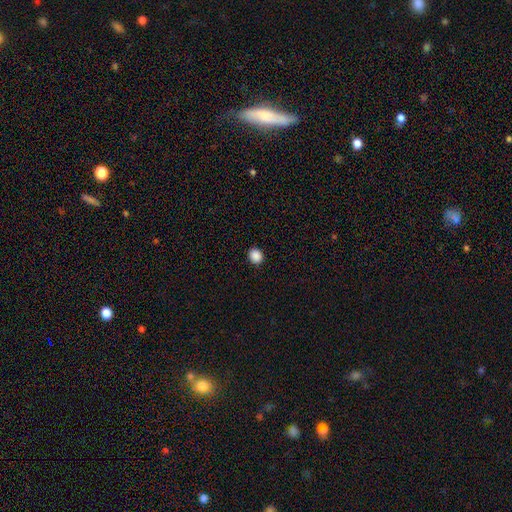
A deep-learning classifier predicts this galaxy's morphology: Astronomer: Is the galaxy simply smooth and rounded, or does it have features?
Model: smooth — 88%.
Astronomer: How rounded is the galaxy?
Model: round — 77%.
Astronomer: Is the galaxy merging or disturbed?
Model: none — 92%.